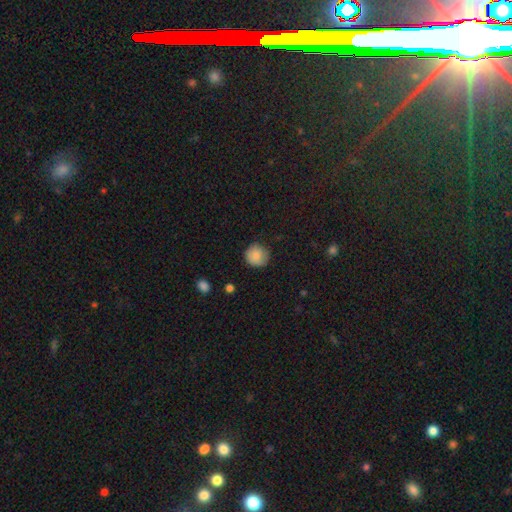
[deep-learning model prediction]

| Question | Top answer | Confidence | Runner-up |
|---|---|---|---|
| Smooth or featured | smooth | 85% | star or artifact (8%) |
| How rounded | round | 92% | in between (7%) |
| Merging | none | 82% | minor disturbance (14%) |